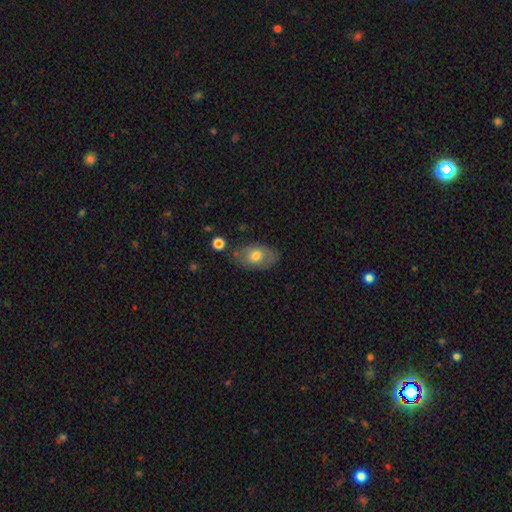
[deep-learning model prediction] The model was most divided on "smooth or featured": smooth: 70%, featured or disk: 22%, star or artifact: 7%. More confident: how rounded — in between (88%); merging — none (74%).